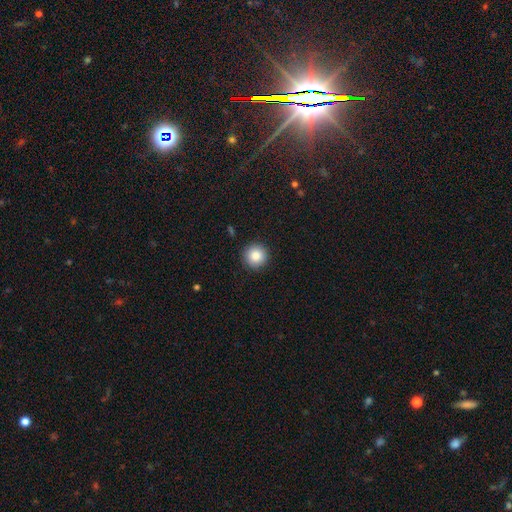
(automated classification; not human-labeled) smooth-or-featured: smooth: 86% | star or artifact: 9% | featured or disk: 5%
  how-rounded: round: 96% | in between: 3% | cigar-shaped: 1%
  merging: none: 92% | minor disturbance: 5% | major disturbance: 2% | merger: 1%